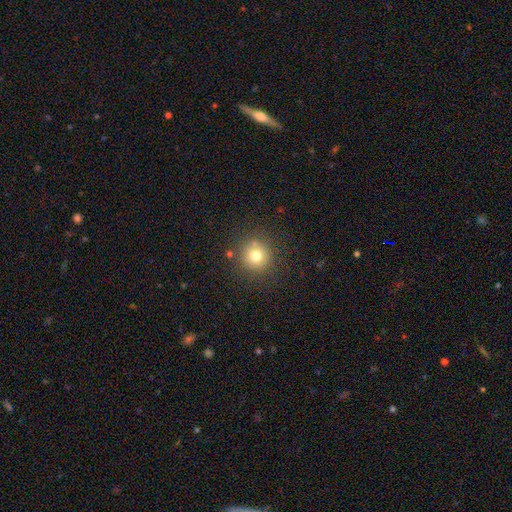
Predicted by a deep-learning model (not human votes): The model was most divided on "smooth or featured": smooth: 76%, star or artifact: 15%, featured or disk: 10%. More confident: how rounded — round (94%); merging — none (85%).